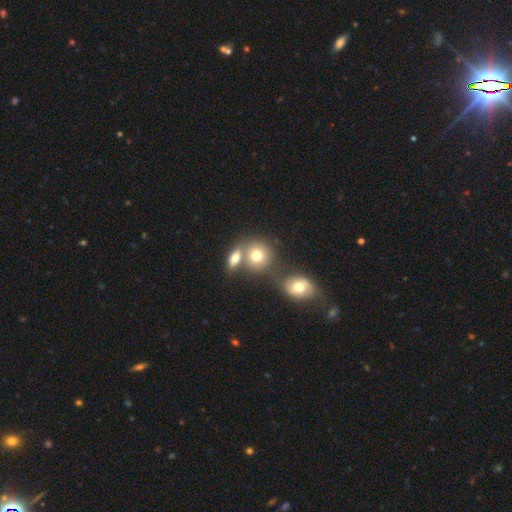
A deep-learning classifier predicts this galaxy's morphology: Q: Smooth or featured?
A: smooth (72%); runner-up: featured or disk (17%)
Q: How rounded?
A: round (74%); runner-up: in between (25%)
Q: Merging?
A: none (46%); runner-up: merger (41%)